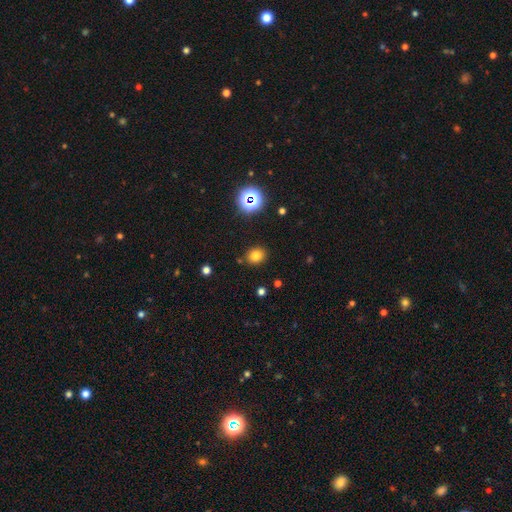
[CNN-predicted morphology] Smooth or featured? Predicted: smooth (p=0.76). How rounded? Predicted: round (p=0.64). Merging? Predicted: none (p=0.85).